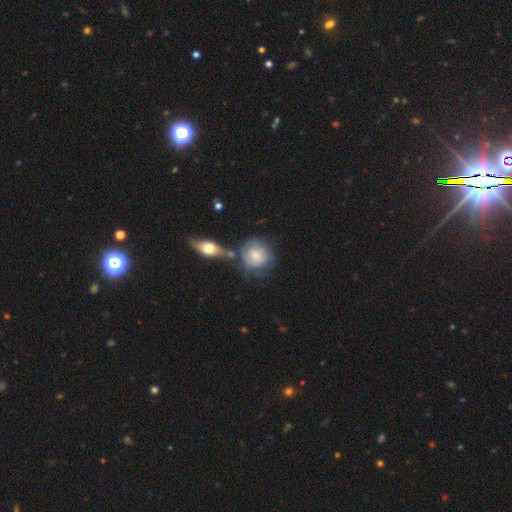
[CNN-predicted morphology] smooth_or_featured: smooth (p=0.65) [alt: featured or disk p=0.27]
how_rounded: round (p=0.79) [alt: in between p=0.20]
merging: none (p=0.49) [alt: minor disturbance p=0.21]